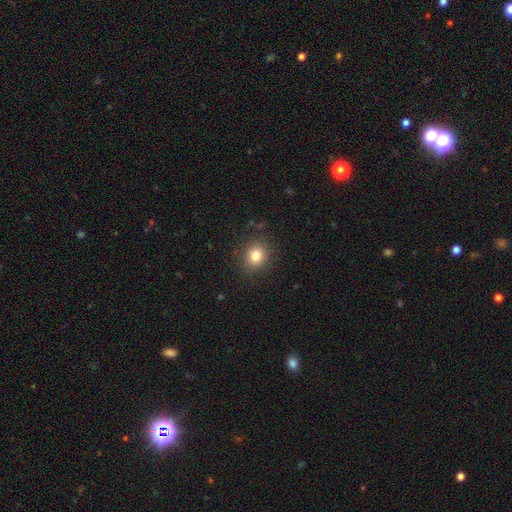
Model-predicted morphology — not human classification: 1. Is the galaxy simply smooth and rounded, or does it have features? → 80% smooth, 13% star or artifact, 7% featured or disk.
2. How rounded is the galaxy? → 80% round, 19% in between, 1% cigar-shaped.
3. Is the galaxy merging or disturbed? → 88% none, 8% minor disturbance, 3% major disturbance, 1% merger.